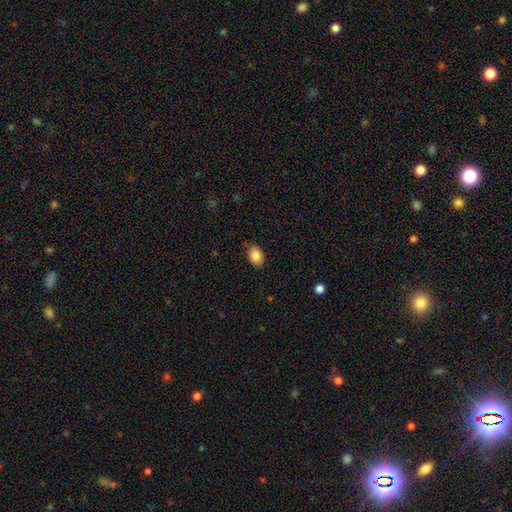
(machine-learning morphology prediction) type=smooth (85%); roundness=in between (79%); merging=none (79%).